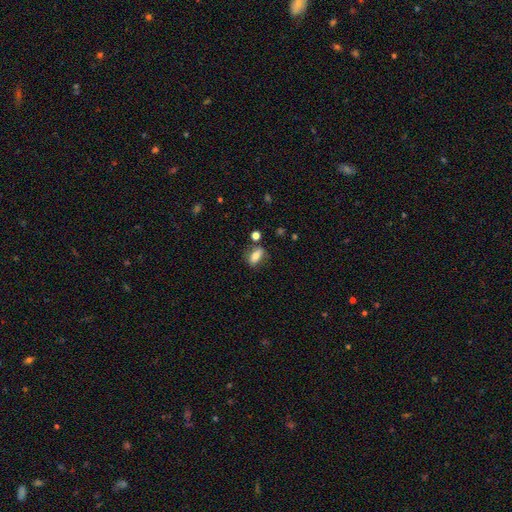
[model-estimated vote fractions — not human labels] Smooth or featured: smooth — 72% (featured or disk — 19%)
How rounded: in between — 78% (cigar-shaped — 13%)
Merging: none — 71% (minor disturbance — 17%)